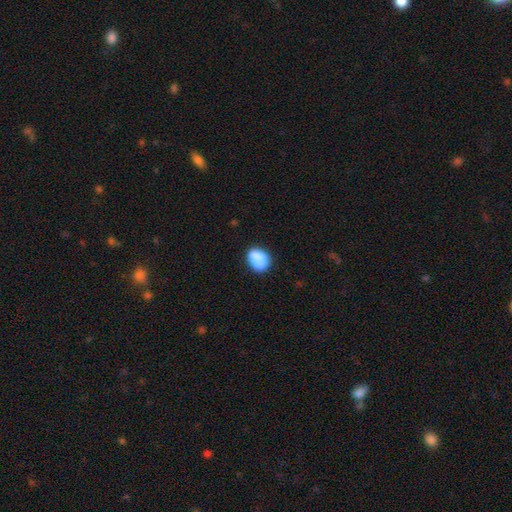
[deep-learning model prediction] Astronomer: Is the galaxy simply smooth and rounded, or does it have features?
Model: smooth — 81%.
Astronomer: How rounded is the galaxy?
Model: in between — 69%.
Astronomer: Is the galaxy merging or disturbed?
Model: none — 59%.